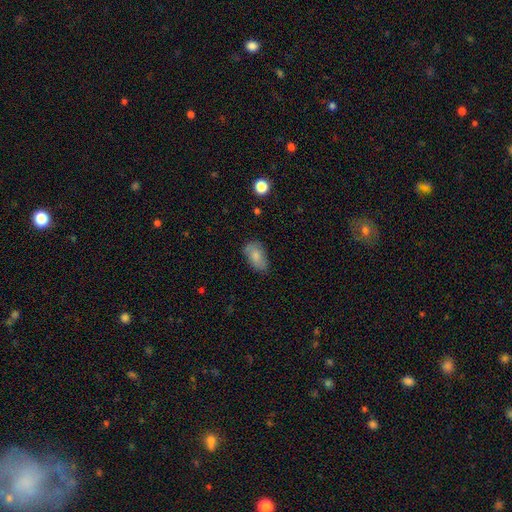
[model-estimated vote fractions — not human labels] Smooth or featured? Predicted: smooth (p=0.79). How rounded? Predicted: in between (p=0.92). Merging? Predicted: none (p=0.70).